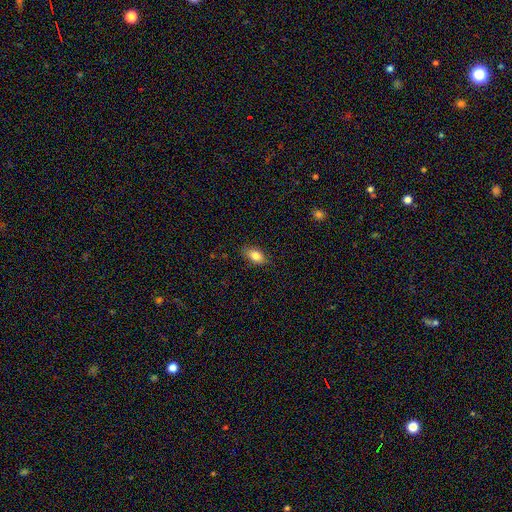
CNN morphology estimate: Smooth or featured? smooth (82%)
How rounded? in between (88%)
Merging? none (85%)